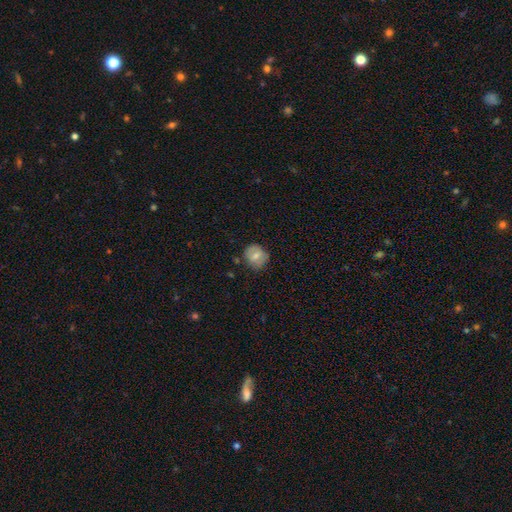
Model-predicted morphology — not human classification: smooth_or_featured: smooth (p=0.69) [alt: featured or disk p=0.23]
how_rounded: round (p=0.79) [alt: in between p=0.20]
merging: none (p=0.75) [alt: minor disturbance p=0.18]